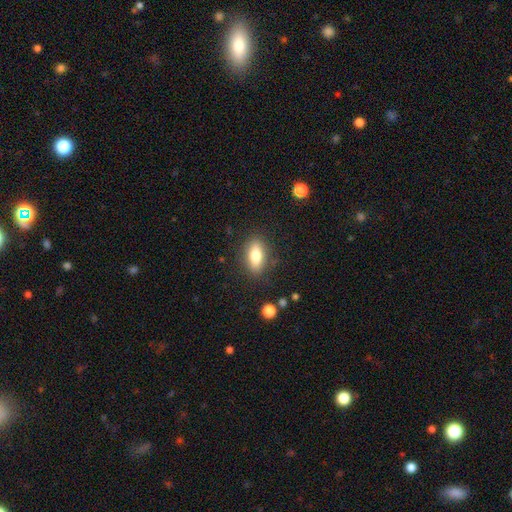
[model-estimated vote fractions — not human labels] This is likely a smooth galaxy (76%). How rounded: clearly in between (82%). Merging: clearly none (85%).